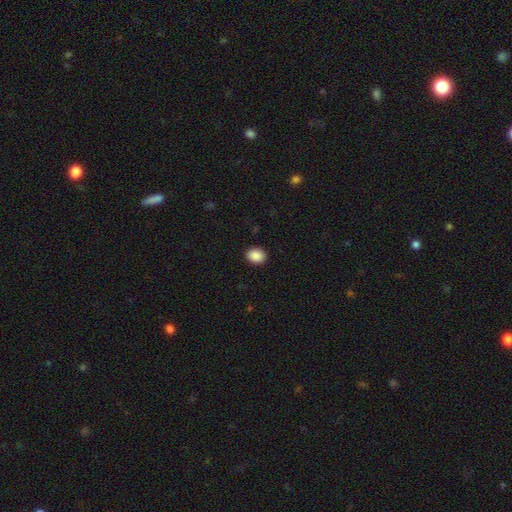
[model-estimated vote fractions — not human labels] This appears to be a smooth galaxy with no disk features (90%) that is in between round and cigar-shaped (62%). Merging: none (91%).